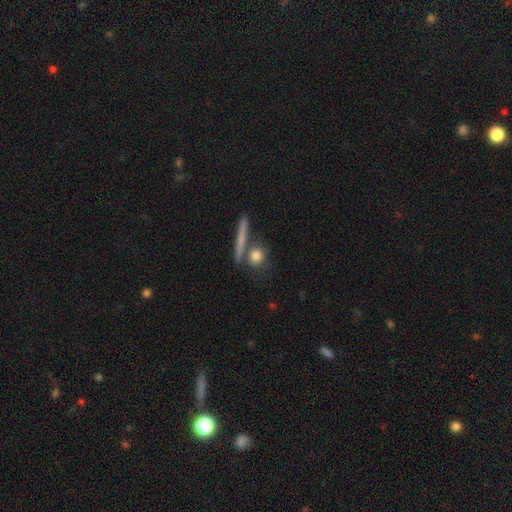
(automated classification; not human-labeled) Q: Smooth or featured?
A: smooth (75%); runner-up: featured or disk (16%)
Q: How rounded?
A: round (72%); runner-up: cigar-shaped (15%)
Q: Merging?
A: none (68%); runner-up: merger (18%)